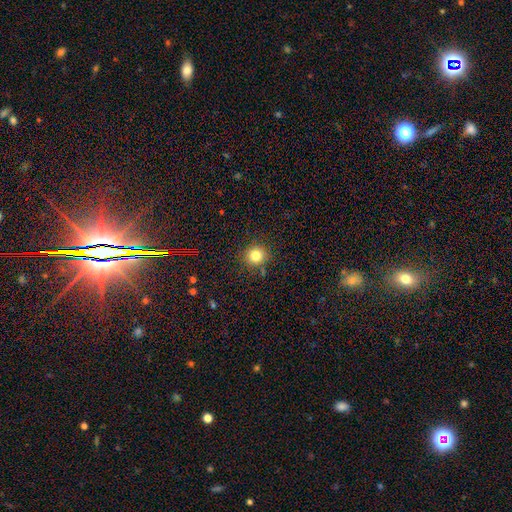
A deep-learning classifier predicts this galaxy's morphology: A smooth galaxy with no disk features (81%) that is round (90%).

Vote fractions:
- Smooth or featured? smooth: 81% / star or artifact: 13% / featured or disk: 6%
- How rounded? round: 90% / in between: 9% / cigar-shaped: 1%
- Merging? none: 85% / minor disturbance: 9% / merger: 3% / major disturbance: 3%